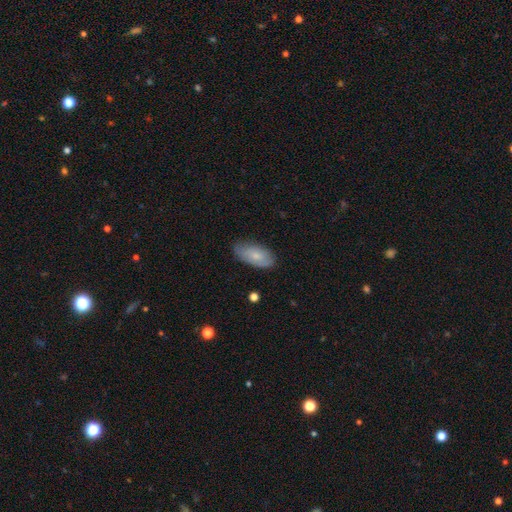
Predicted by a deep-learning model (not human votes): smooth 74%, featured or disk 20%, star or artifact 6%. Down the decision tree: how rounded — in between (90%); merging — none (75%).